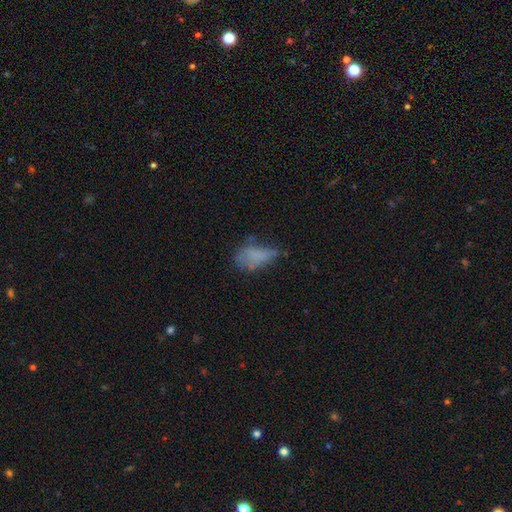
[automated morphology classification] Q: Smooth or featured?
A: smooth (64%); runner-up: featured or disk (23%)
Q: How rounded?
A: in between (86%); runner-up: cigar-shaped (8%)
Q: Merging?
A: minor disturbance (32%); tied with: none (32%)